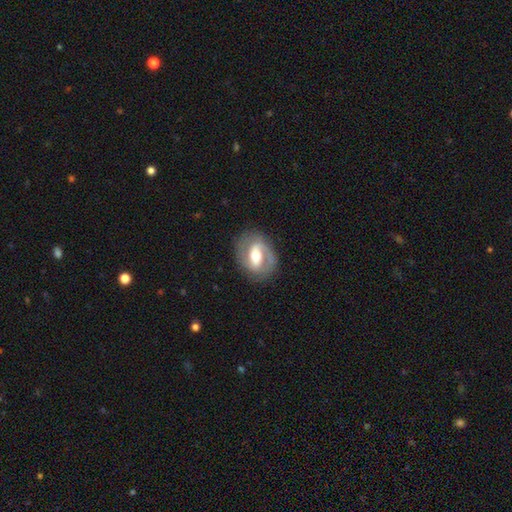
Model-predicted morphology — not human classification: Smooth or featured?
  - featured or disk: 74% *
  - smooth: 21%
  - star or artifact: 6%
Edge-on disk?
  - no: 96% *
  - yes: 4%
Bar?
  - weak: 42% *
  - strong: 37%
  - no: 21%
Spiral arms?
  - yes: 81% *
  - no: 19%
Spiral winding?
  - medium: 46% *
  - tight: 35%
  - loose: 20%
Spiral arm count?
  - 2: 79% *
  - 1: 10%
  - can't tell: 8%
  - 3: 1%
  - 4: 1%
  - more than 4: 1%
Bulge size?
  - moderate: 66% *
  - small: 16%
  - large: 16%
  - dominant: 1%
  - none: 1%
Merging?
  - none: 80% *
  - minor disturbance: 13%
  - major disturbance: 6%
  - merger: 1%